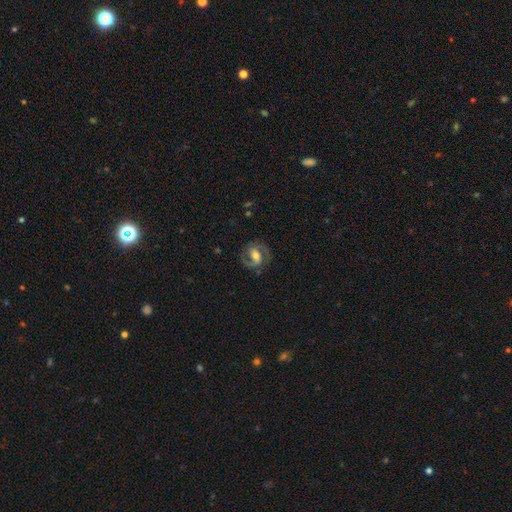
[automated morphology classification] Smooth or featured: featured or disk — 80% (smooth — 14%)
Edge-on disk: no — 97% (yes — 3%)
Bar: weak — 43% (strong — 32%)
Spiral arms: yes — 92% (no — 8%)
Spiral winding: medium — 55% (tight — 31%)
Spiral arm count: 2 — 90% (can't tell — 4%)
Bulge size: moderate — 59% (small — 22%)
Merging: none — 80% (minor disturbance — 12%)